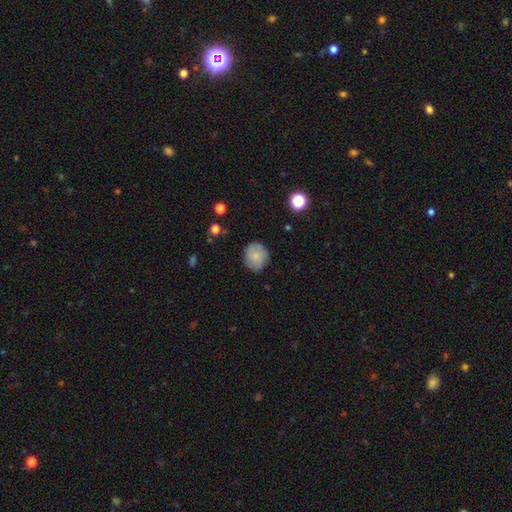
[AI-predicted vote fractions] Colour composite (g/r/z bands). It shows a smooth galaxy with no disk features (71%) that is round (79%). Merging: none (81%).